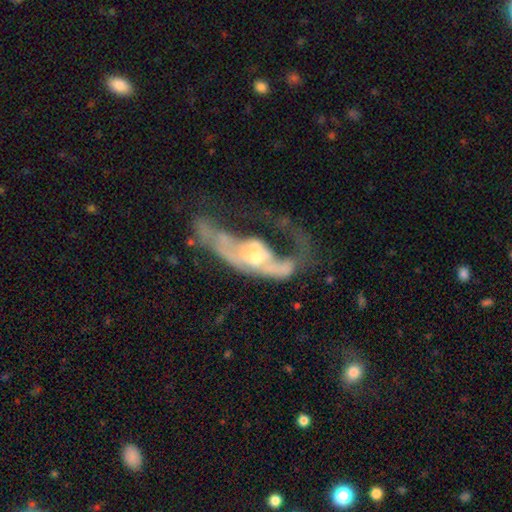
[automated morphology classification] featured or disk 72%, smooth 19%, star or artifact 9%. Down the decision tree: edge-on disk — no (86%); bar — no (72%); spiral arms — no (52%); bulge size — moderate (46%); merging — major disturbance (54%).